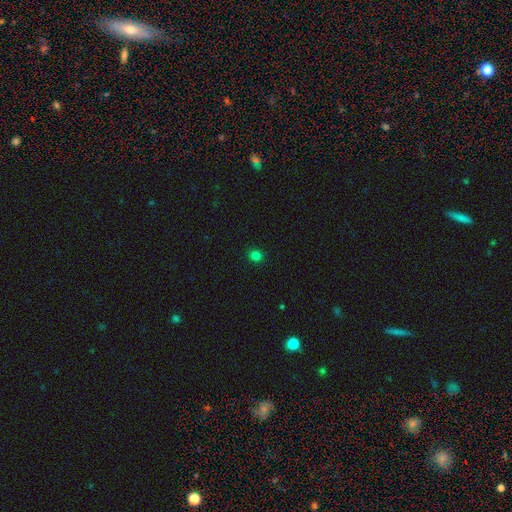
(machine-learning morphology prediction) Smooth or featured?
  - smooth: 80% *
  - star or artifact: 16%
  - featured or disk: 4%
How rounded?
  - round: 79% *
  - in between: 20%
  - cigar-shaped: 1%
Merging?
  - none: 91% *
  - minor disturbance: 6%
  - major disturbance: 2%
  - merger: 1%